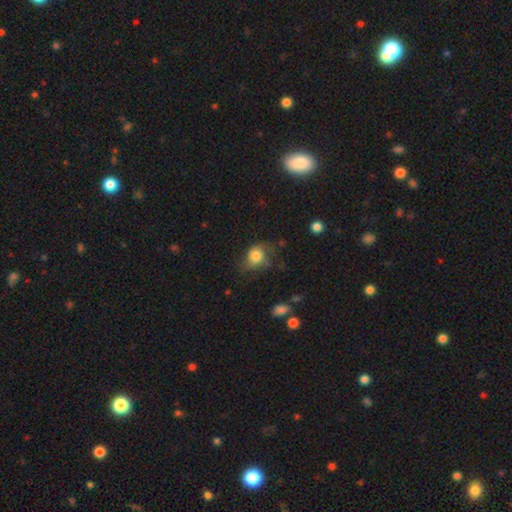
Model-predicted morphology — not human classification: Overall: smooth (69%). How rounded: round (56%; in between 43%). Merging: none (46%; minor disturbance 30%).